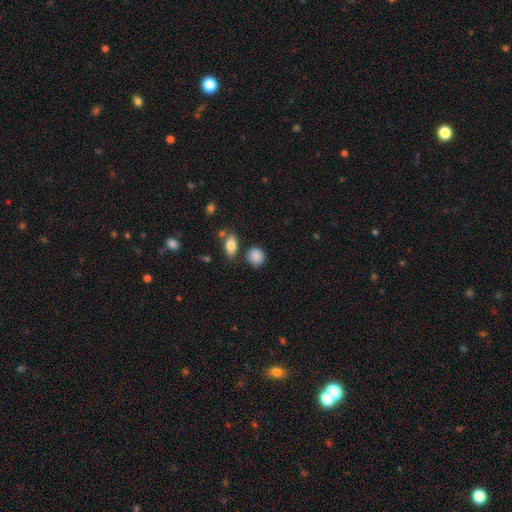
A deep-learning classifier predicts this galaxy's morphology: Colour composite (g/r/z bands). It shows a smooth galaxy with no disk features (87%) that is round (75%). Merging: none (74%).